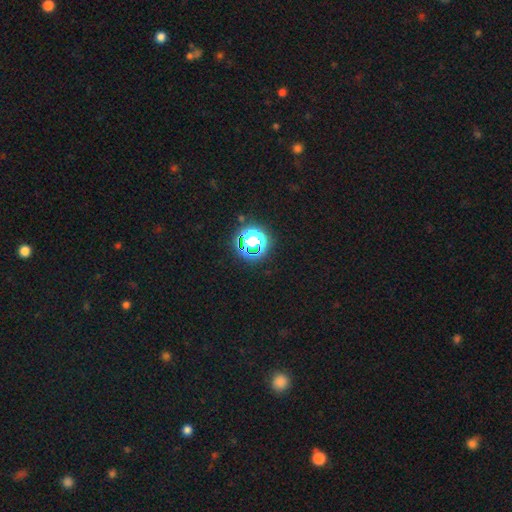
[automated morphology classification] This appears to be a star or artifact, not a galaxy (78%).